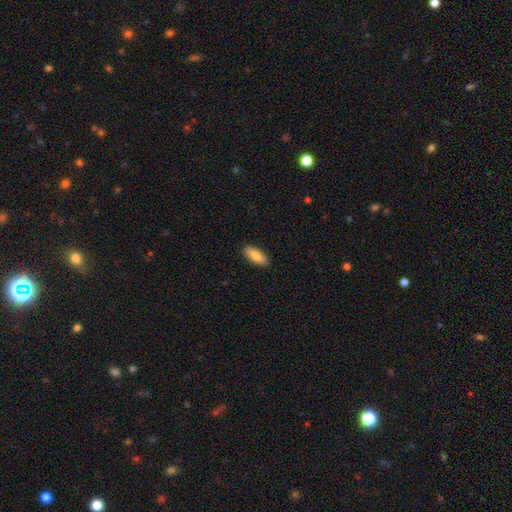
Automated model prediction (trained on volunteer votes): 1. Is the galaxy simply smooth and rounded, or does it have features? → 85% smooth, 9% featured or disk, 6% star or artifact.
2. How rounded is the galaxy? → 81% in between, 17% cigar-shaped, 2% round.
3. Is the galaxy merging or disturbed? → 90% none, 7% minor disturbance, 2% major disturbance, 1% merger.